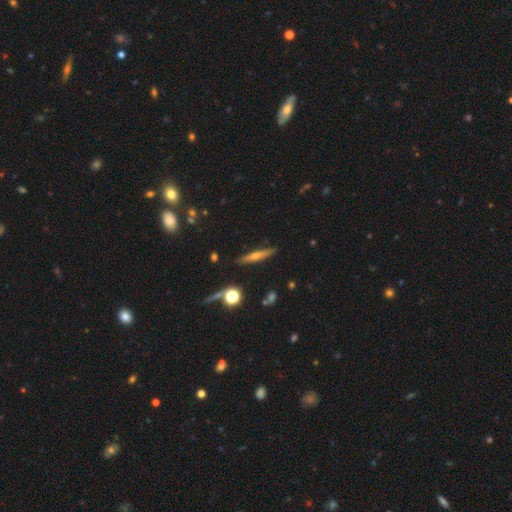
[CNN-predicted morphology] A featured or disk galaxy (54%) viewed edge-on (94%) with a rounded central bulge (77%).

Vote fractions:
- Smooth or featured? featured or disk: 54% / smooth: 35% / star or artifact: 11%
- Edge-on disk? yes: 94% / no: 6%
- Edge-on bulge? rounded: 77% / none: 18% / boxy: 5%
- Merging? none: 87% / minor disturbance: 9% / major disturbance: 2% / merger: 2%